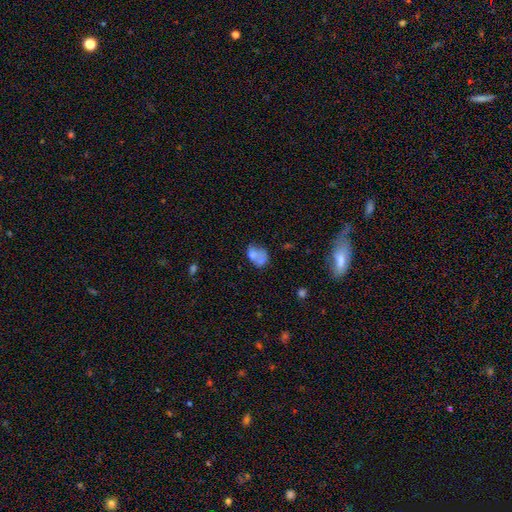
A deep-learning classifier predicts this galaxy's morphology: type=smooth (62%); roundness=in between (63%); merging=merger (41%).